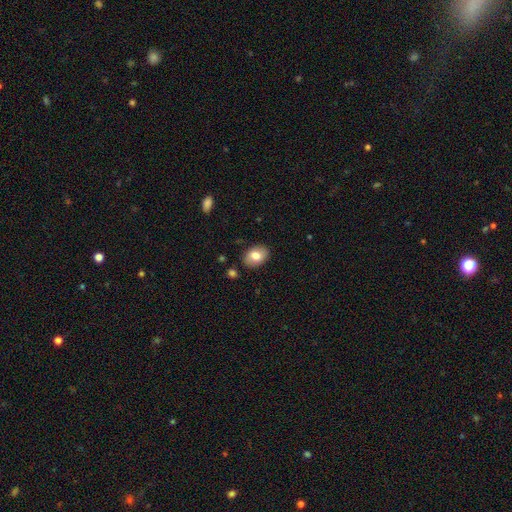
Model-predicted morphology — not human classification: Smooth or featured? Predicted: smooth (p=0.78). How rounded? Predicted: in between (p=0.77). Merging? Predicted: none (p=0.87).